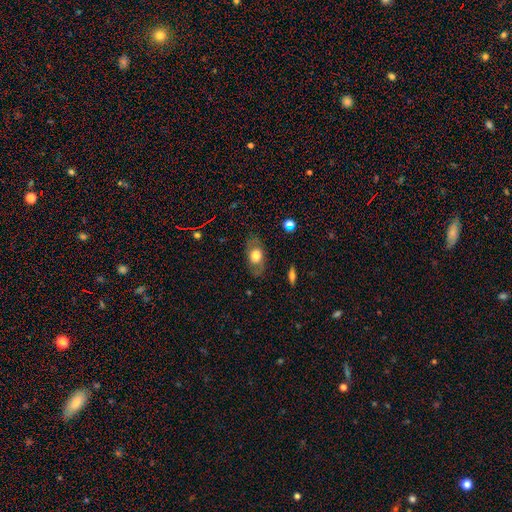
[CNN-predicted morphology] This is possibly a smooth galaxy (56%). How rounded: clearly in between (81%). Merging: likely none (78%).